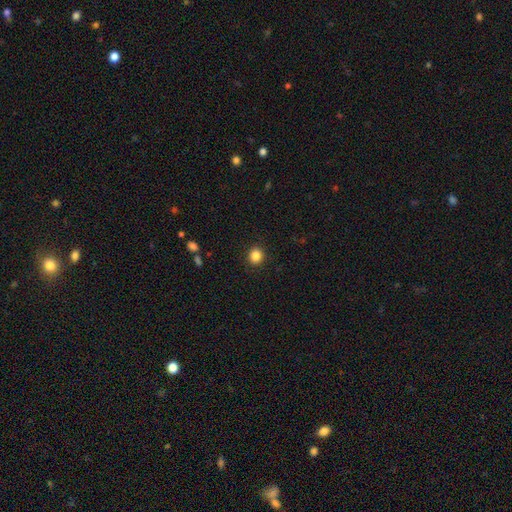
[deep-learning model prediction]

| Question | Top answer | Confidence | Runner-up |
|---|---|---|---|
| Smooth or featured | smooth | 85% | star or artifact (11%) |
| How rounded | round | 85% | in between (14%) |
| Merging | none | 91% | minor disturbance (6%) |